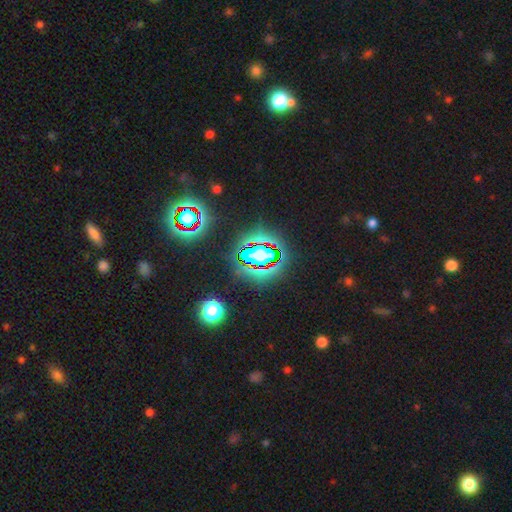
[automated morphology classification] A star or artifact, not a galaxy (78%).

Vote fractions:
- Smooth or featured? star or artifact: 78% / smooth: 13% / featured or disk: 9%